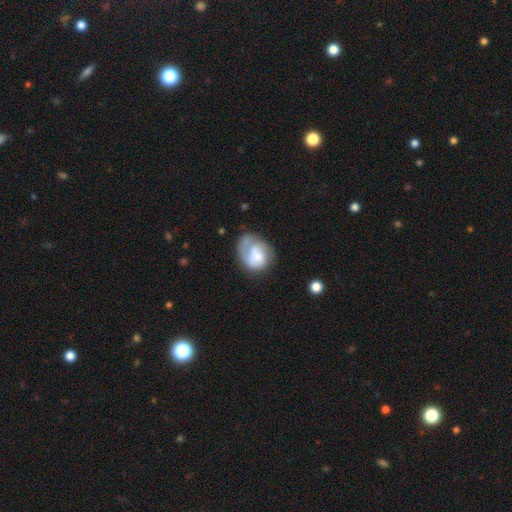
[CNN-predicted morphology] Q: Smooth or featured?
A: smooth (55%); runner-up: featured or disk (37%)
Q: How rounded?
A: round (52%); runner-up: in between (47%)
Q: Merging?
A: none (39%); runner-up: minor disturbance (27%)